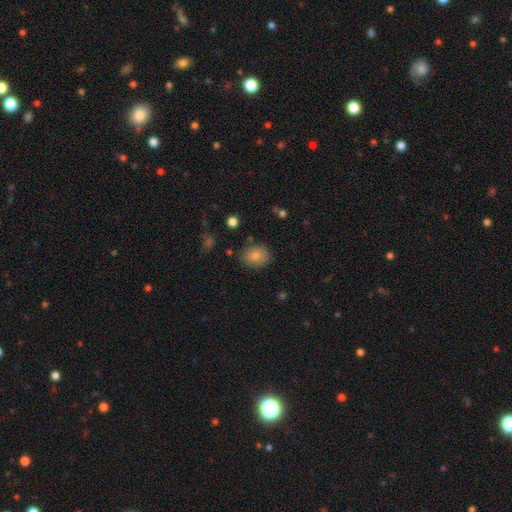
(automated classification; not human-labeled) Smooth or featured? Predicted: smooth (p=0.84). How rounded? Predicted: round (p=0.53). Merging? Predicted: none (p=0.82).